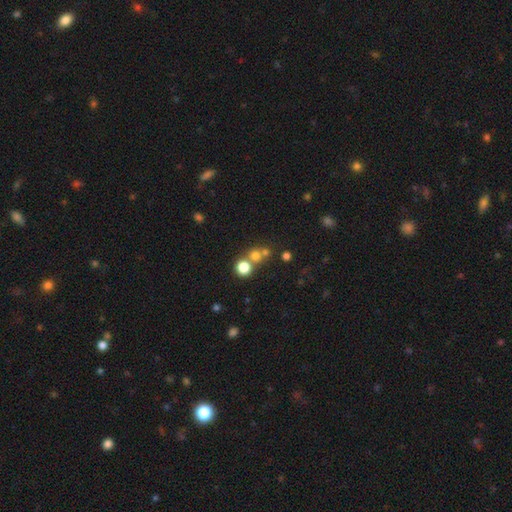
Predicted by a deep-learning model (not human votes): A smooth galaxy with no disk features (71%) that is round (89%). Merging: none (57%).